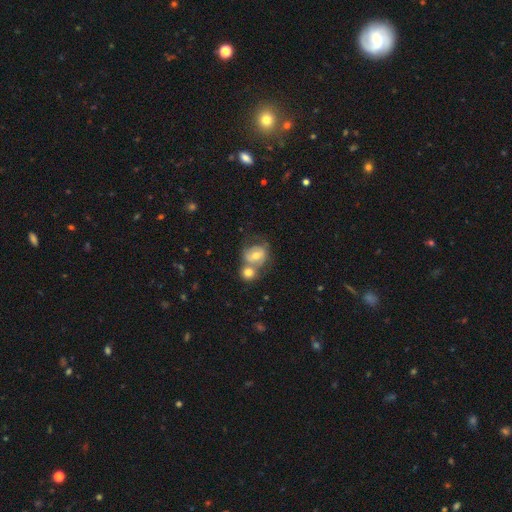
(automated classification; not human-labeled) A featured or disk galaxy (50%).

Vote fractions:
- Smooth or featured? featured or disk: 50% / smooth: 39% / star or artifact: 12%
- Merging? merger: 45% / none: 35% / minor disturbance: 12% / major disturbance: 7%